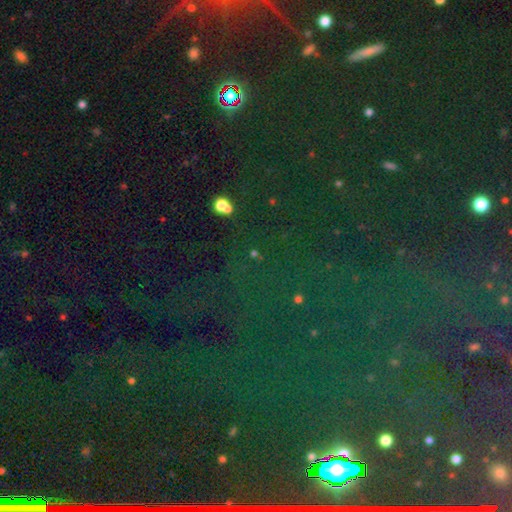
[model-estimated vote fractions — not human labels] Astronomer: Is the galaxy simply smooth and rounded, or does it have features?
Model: star or artifact — 79%.